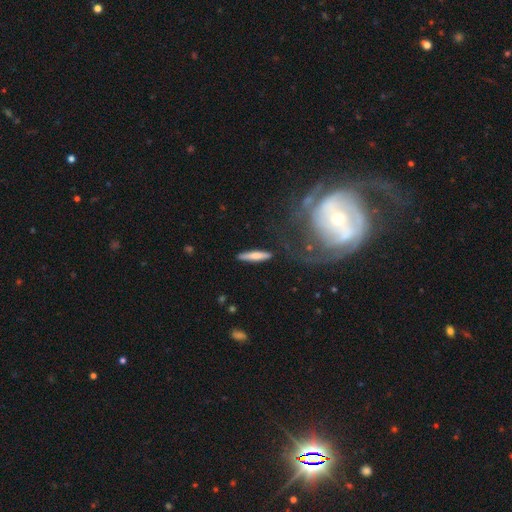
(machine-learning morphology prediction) The model was most divided on "smooth or featured": smooth: 67%, featured or disk: 27%, star or artifact: 6%. More confident: how rounded — cigar-shaped (87%); merging — none (87%).